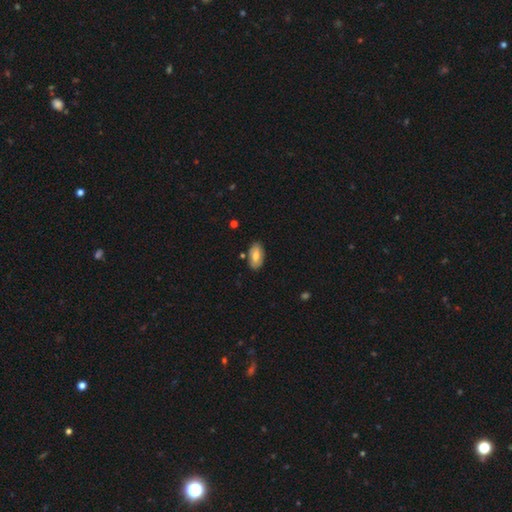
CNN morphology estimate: Smooth or featured? Predicted: smooth (p=0.69). How rounded? Predicted: in between (p=0.93). Merging? Predicted: none (p=0.83).